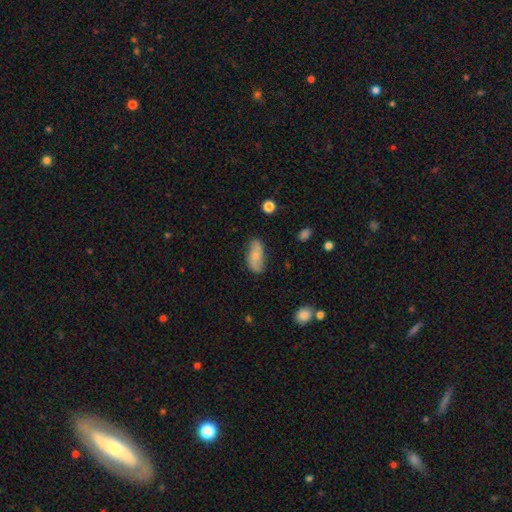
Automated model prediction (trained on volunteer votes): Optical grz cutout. It shows a smooth galaxy with no disk features (70%) that is in between round and cigar-shaped (87%). Merging: none (68%).